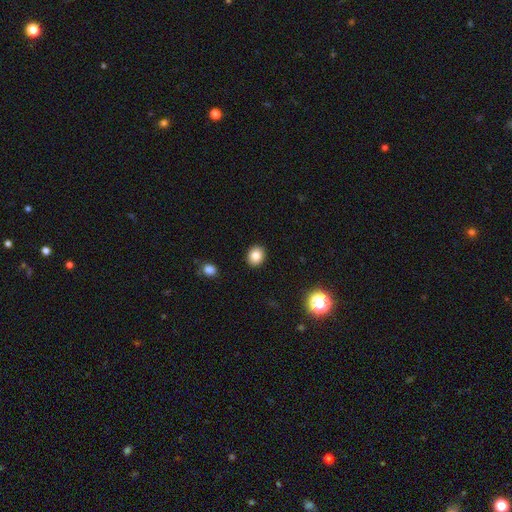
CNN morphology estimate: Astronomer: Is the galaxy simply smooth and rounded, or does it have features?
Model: smooth — 83%.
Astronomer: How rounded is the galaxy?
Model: round — 60% (runner-up: in between, 39%).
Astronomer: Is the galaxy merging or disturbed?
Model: none — 91%.